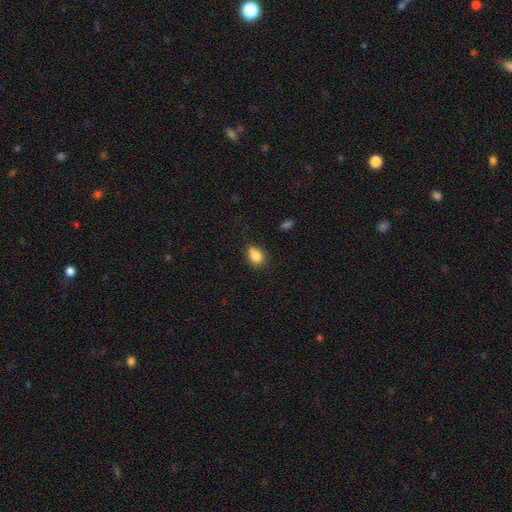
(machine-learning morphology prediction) smooth 82%, star or artifact 10%, featured or disk 8%. Down the decision tree: how rounded — in between (60%); merging — none (59%).